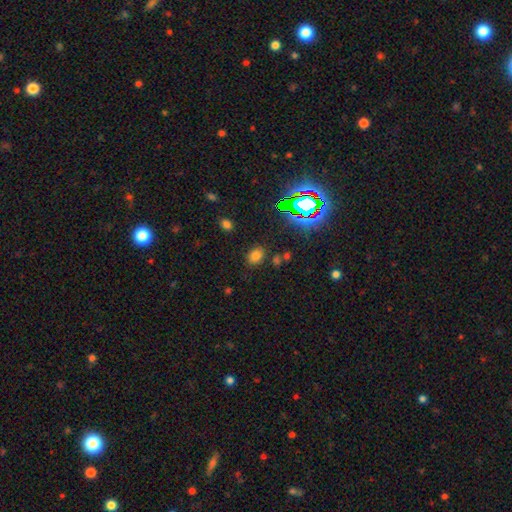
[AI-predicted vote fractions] A smooth galaxy with no disk features (70%) that is in between round and cigar-shaped (55%).

Vote fractions:
- Smooth or featured? smooth: 70% / star or artifact: 23% / featured or disk: 7%
- How rounded? in between: 55% / round: 44% / cigar-shaped: 1%
- Merging? none: 81% / minor disturbance: 11% / merger: 4% / major disturbance: 4%